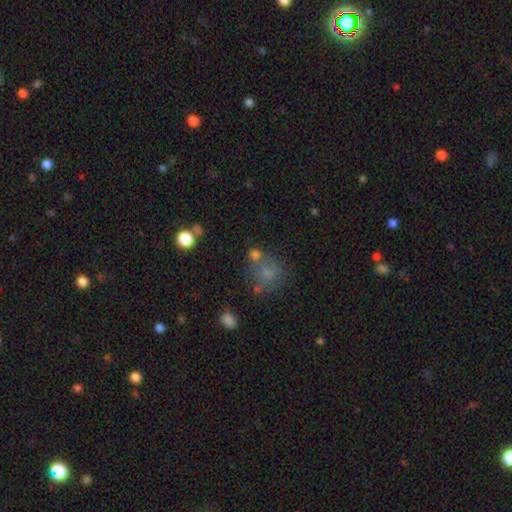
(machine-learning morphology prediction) type=smooth (67%); roundness=round (76%); merging=none (49%).